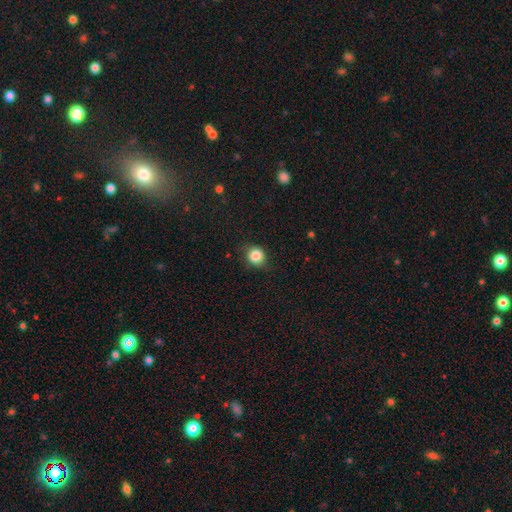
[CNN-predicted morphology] A smooth galaxy with no disk features (84%) that is round (81%). Merging: none (79%).